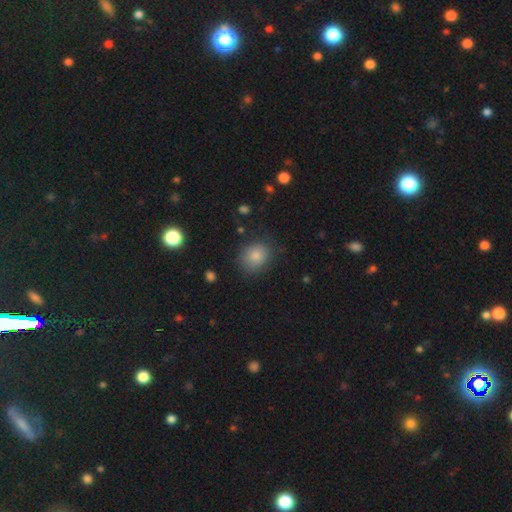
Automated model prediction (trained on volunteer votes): Overall: smooth (84%). How rounded: round (69%; in between 31%). Merging: none (77%).